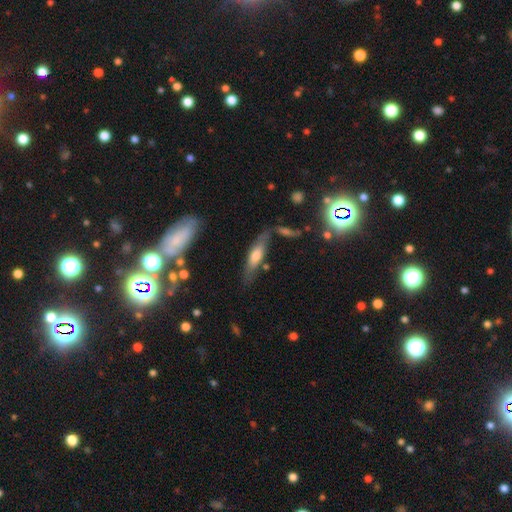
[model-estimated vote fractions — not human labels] Smooth or featured? smooth (52%)
How rounded? cigar-shaped (65%)
Merging? none (65%)